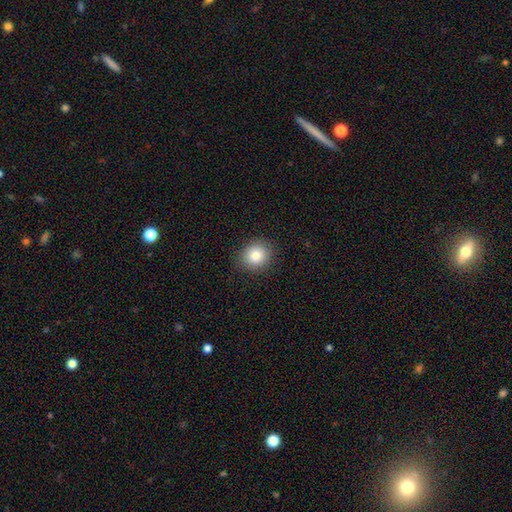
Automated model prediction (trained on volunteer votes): Q: Smooth or featured?
A: smooth (82%); runner-up: star or artifact (10%)
Q: How rounded?
A: round (79%); runner-up: in between (20%)
Q: Merging?
A: none (88%); runner-up: minor disturbance (9%)